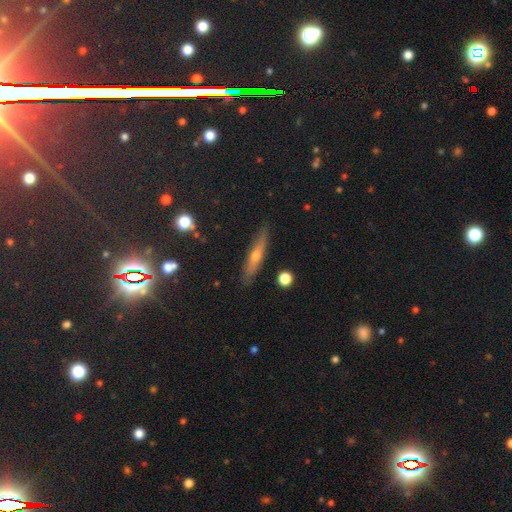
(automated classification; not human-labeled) smooth-or-featured: featured or disk: 50% | smooth: 41% | star or artifact: 8%
  disk-edge-on: yes: 86% | no: 14%
  merging: none: 87% | minor disturbance: 9% | major disturbance: 2% | merger: 1%